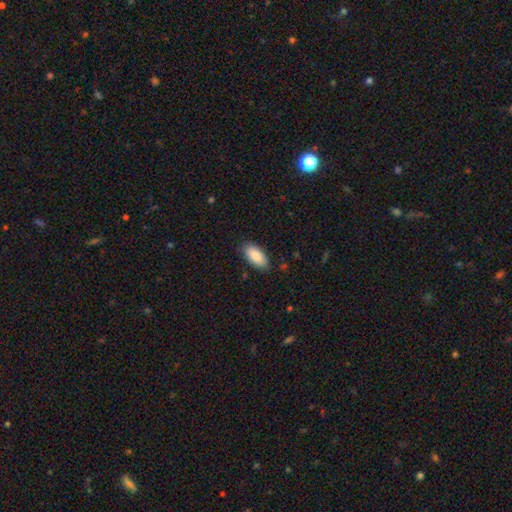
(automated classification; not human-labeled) Smooth or featured?
  - smooth: 87% *
  - featured or disk: 7%
  - star or artifact: 6%
How rounded?
  - in between: 92% *
  - cigar-shaped: 6%
  - round: 2%
Merging?
  - none: 85% *
  - minor disturbance: 12%
  - major disturbance: 2%
  - merger: 1%